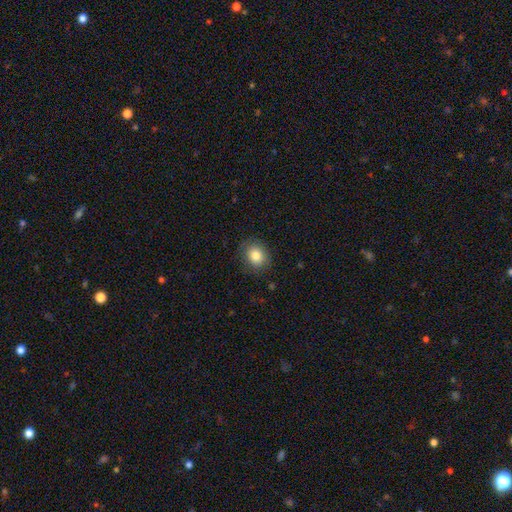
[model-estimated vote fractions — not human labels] smooth-or-featured: smooth: 83% | star or artifact: 10% | featured or disk: 7%
  how-rounded: round: 66% | in between: 33% | cigar-shaped: 1%
  merging: none: 85% | minor disturbance: 11% | major disturbance: 3% | merger: 1%